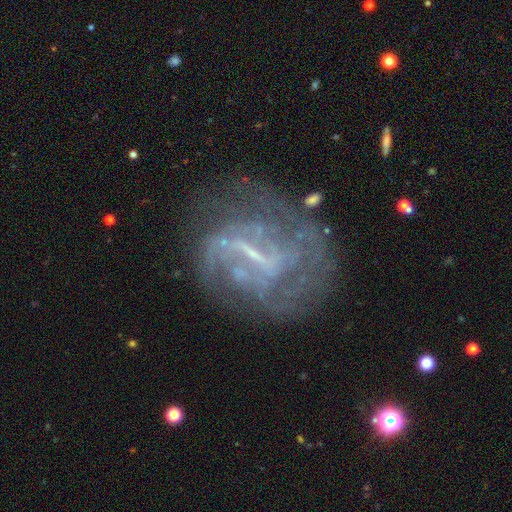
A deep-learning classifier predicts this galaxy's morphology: featured or disk 78%, star or artifact 11%, smooth 11%. Down the decision tree: edge-on disk — no (97%); bar — weak (42%); spiral arms — yes (70%); spiral arm count — can't tell (47%); spiral winding — medium (36%, tied with tight); bulge size — small (43%); merging — none (51%).